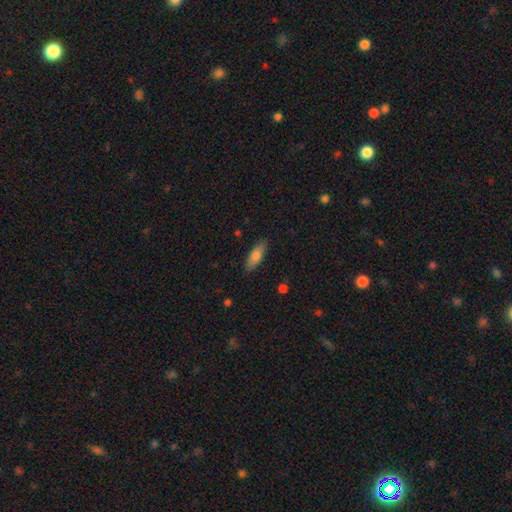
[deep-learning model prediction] Q: Smooth or featured?
A: smooth (75%); runner-up: featured or disk (19%)
Q: How rounded?
A: in between (56%); runner-up: cigar-shaped (42%)
Q: Merging?
A: none (87%); runner-up: minor disturbance (10%)